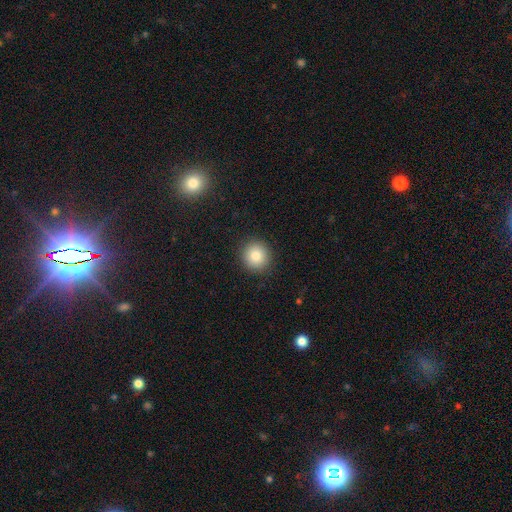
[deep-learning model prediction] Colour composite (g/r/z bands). It shows a smooth galaxy with no disk features (83%) that is round (92%). Merging: none (91%).